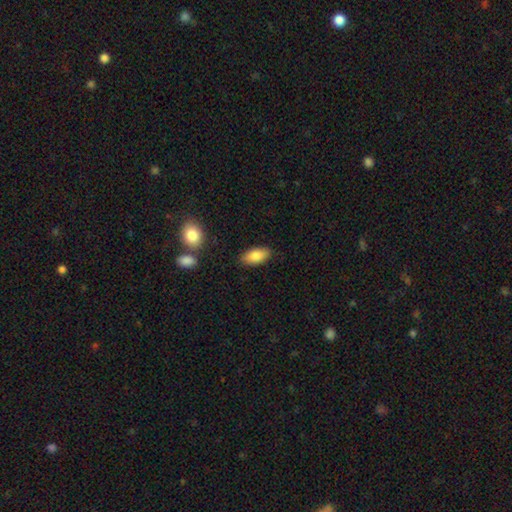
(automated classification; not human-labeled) The model was most divided on "merging": none: 84%, minor disturbance: 11%, merger: 3%, major disturbance: 2%. More confident: how rounded — in between (90%); smooth or featured — smooth (84%).